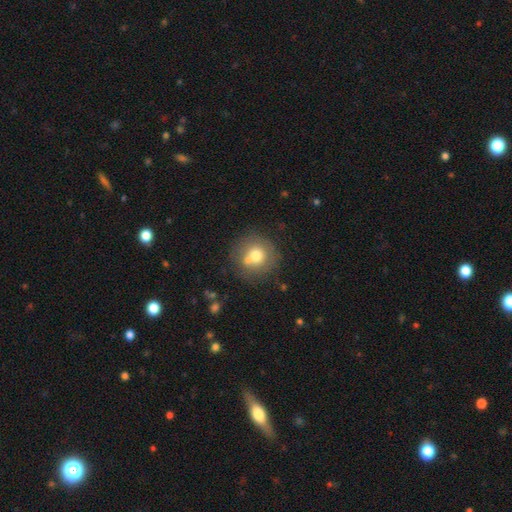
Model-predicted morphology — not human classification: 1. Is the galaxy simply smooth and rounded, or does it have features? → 68% smooth, 22% featured or disk, 10% star or artifact.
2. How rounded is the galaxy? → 91% round, 8% in between, 1% cigar-shaped.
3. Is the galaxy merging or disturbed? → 60% none, 20% merger, 15% minor disturbance, 6% major disturbance.